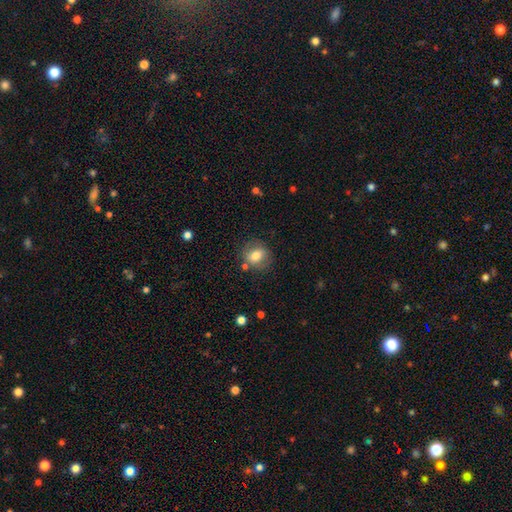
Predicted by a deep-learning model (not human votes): smooth 69%, featured or disk 22%, star or artifact 9%. Down the decision tree: how rounded — round (71%); merging — none (76%).